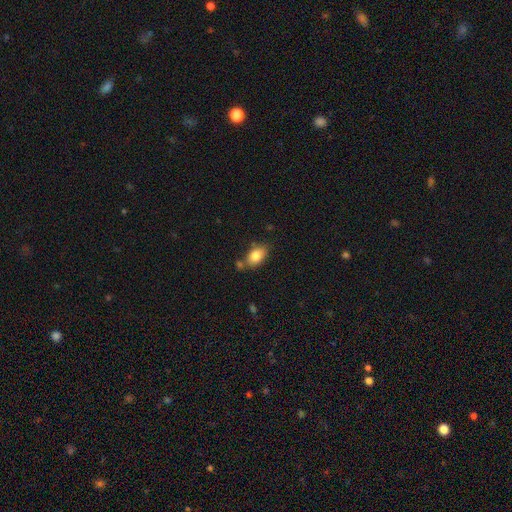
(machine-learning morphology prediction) Smooth or featured? Predicted: smooth (p=0.81). How rounded? Predicted: in between (p=0.85). Merging? Predicted: none (p=0.65).